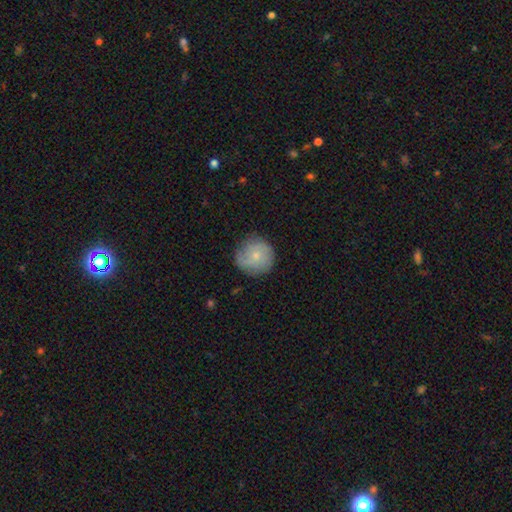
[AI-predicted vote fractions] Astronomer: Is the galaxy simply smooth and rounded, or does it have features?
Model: smooth — 63%.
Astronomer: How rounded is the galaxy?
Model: round — 93%.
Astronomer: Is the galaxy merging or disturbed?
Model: none — 78%.